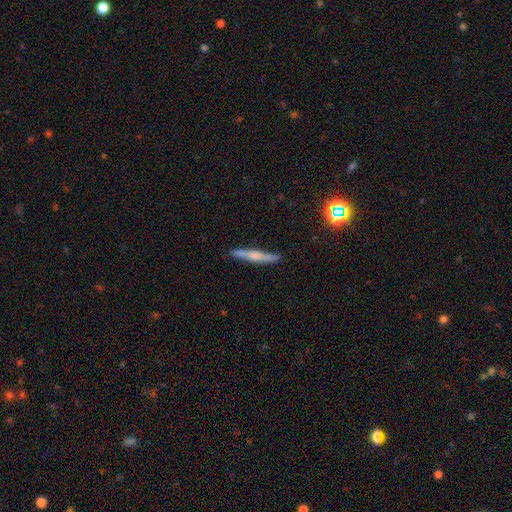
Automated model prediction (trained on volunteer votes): smooth_or_featured: featured or disk (p=0.48) [alt: smooth p=0.44]
merging: none (p=0.86) [alt: minor disturbance p=0.10]